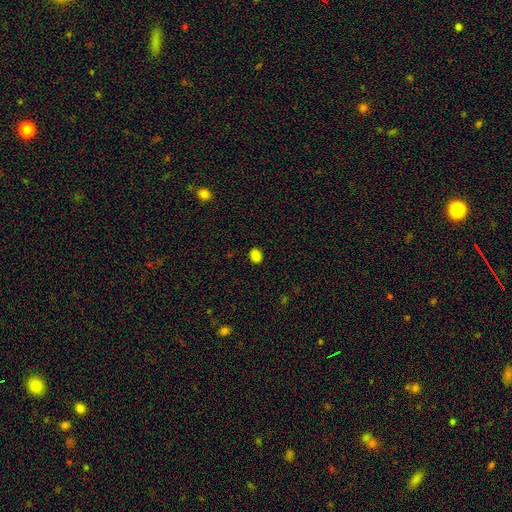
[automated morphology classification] Smooth or featured: smooth — 84% (star or artifact — 13%)
How rounded: in between — 58% (round — 41%)
Merging: none — 88% (minor disturbance — 9%)